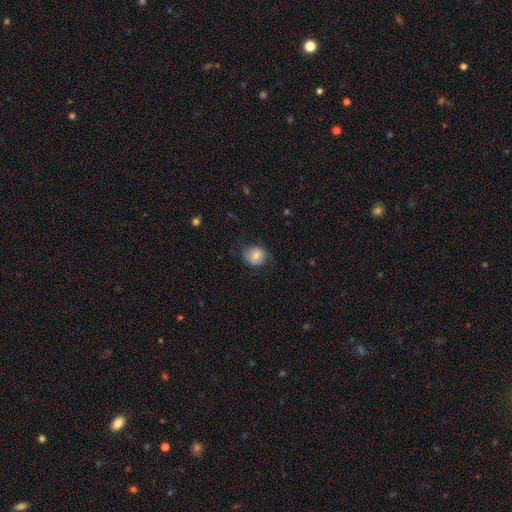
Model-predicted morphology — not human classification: Smooth or featured: smooth — 82% (featured or disk — 9%)
How rounded: round — 74% (in between — 25%)
Merging: none — 75% (minor disturbance — 19%)